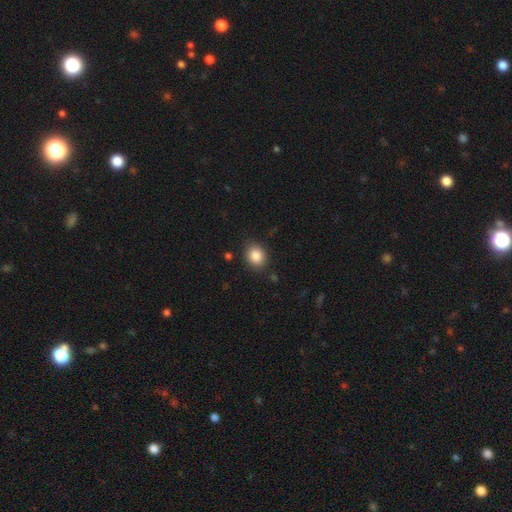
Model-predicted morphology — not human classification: Smooth or featured?
  - smooth: 86% *
  - star or artifact: 9%
  - featured or disk: 5%
How rounded?
  - round: 60% *
  - in between: 39%
  - cigar-shaped: 1%
Merging?
  - none: 86% *
  - minor disturbance: 10%
  - major disturbance: 3%
  - merger: 2%